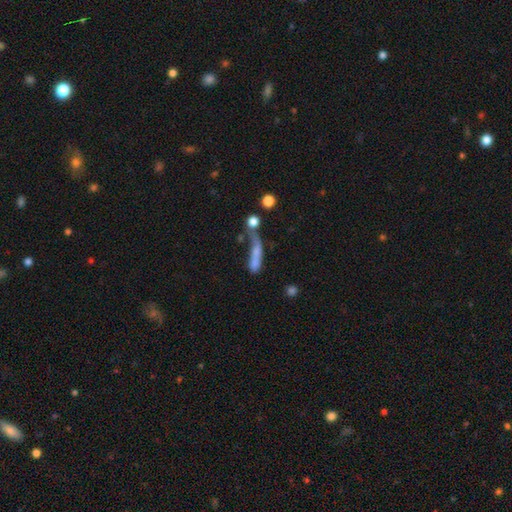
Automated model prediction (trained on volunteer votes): Smooth or featured? smooth (57%)
How rounded? cigar-shaped (66%)
Merging? major disturbance (30%, tied with merger)